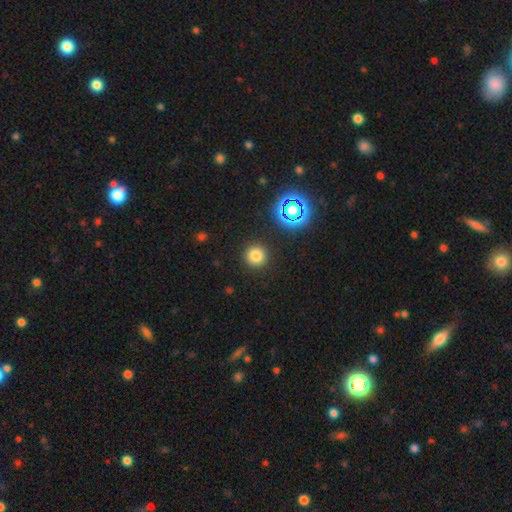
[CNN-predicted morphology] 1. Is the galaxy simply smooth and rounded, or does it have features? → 78% smooth, 17% star or artifact, 6% featured or disk.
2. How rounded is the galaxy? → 95% round, 4% in between, 1% cigar-shaped.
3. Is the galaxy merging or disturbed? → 91% none, 5% minor disturbance, 2% major disturbance, 1% merger.